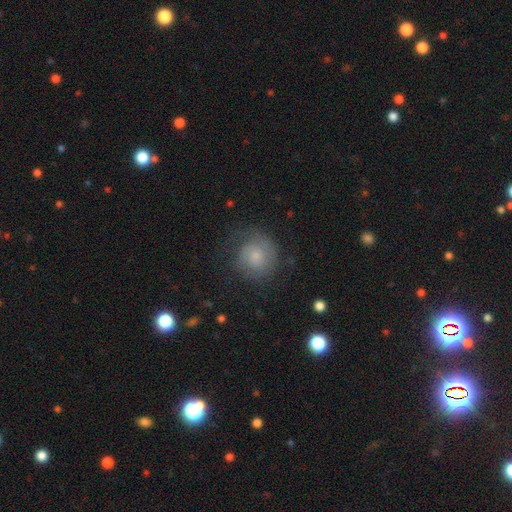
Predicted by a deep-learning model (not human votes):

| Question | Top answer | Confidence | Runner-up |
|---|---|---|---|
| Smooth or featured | smooth | 47% | featured or disk (44%) |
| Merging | none | 67% | minor disturbance (19%) |